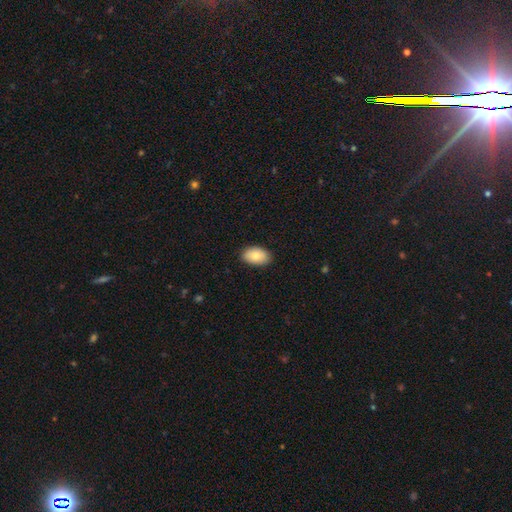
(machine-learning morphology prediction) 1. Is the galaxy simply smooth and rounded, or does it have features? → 83% smooth, 10% featured or disk, 7% star or artifact.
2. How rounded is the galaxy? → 92% in between, 7% round, 1% cigar-shaped.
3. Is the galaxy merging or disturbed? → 87% none, 10% minor disturbance, 2% major disturbance, 1% merger.